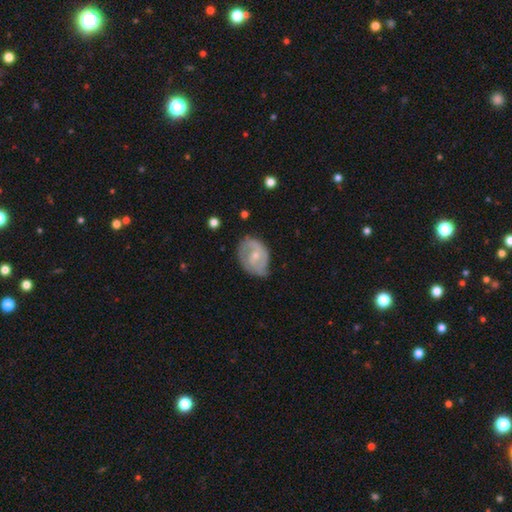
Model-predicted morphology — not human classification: featured or disk 63%, smooth 31%, star or artifact 6%. Down the decision tree: edge-on disk — no (96%); bar — no (48%); spiral arms — yes (72%); bulge size — small (55%); merging — none (51%).